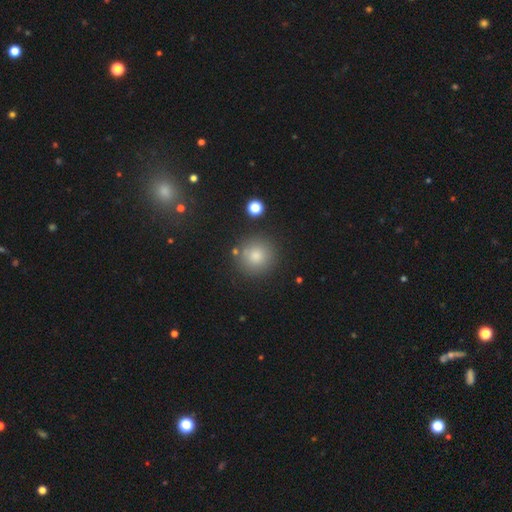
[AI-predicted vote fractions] Smooth or featured? smooth (81%)
How rounded? round (94%)
Merging? none (83%)